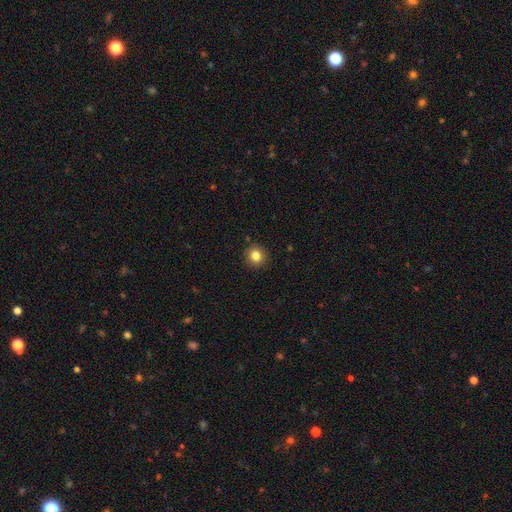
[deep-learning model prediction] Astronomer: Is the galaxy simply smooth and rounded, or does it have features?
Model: smooth — 83%.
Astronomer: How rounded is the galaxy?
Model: round — 89%.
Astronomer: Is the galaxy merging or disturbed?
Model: none — 91%.